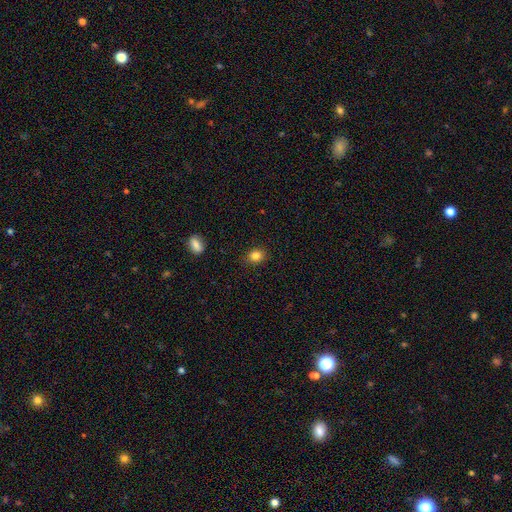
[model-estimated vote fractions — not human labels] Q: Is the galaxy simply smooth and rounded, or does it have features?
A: smooth — 84%.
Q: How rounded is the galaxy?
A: round — 60%.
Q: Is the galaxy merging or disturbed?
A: none — 88%.